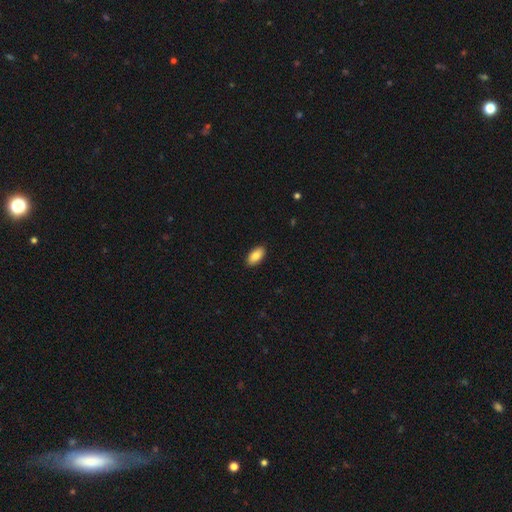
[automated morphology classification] The model was most divided on "smooth or featured": smooth: 85%, featured or disk: 8%, star or artifact: 7%. More confident: how rounded — in between (93%); merging — none (90%).